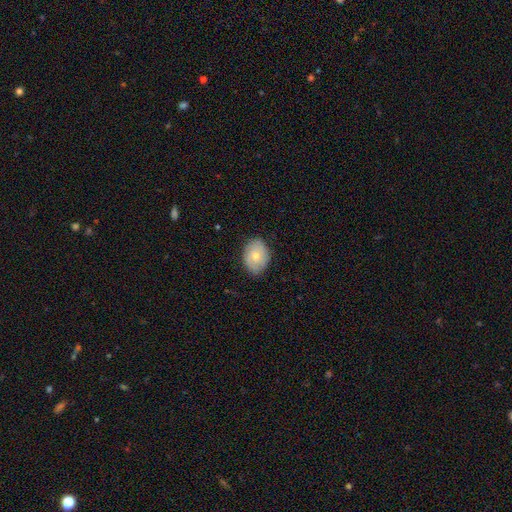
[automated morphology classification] This is likely a smooth galaxy (65%). How rounded: likely in between (66%). Merging: likely none (79%).